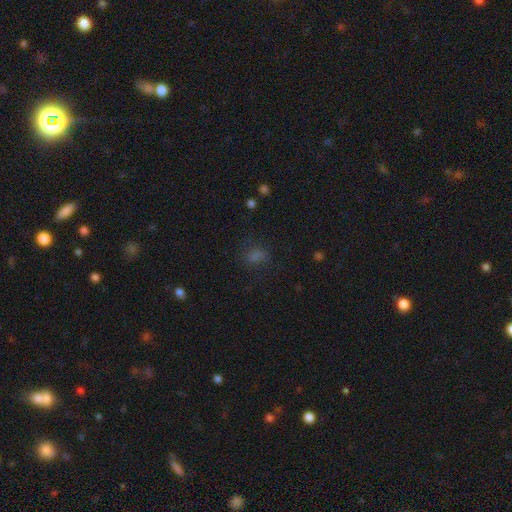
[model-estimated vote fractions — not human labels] Smooth or featured: smooth — 61% (star or artifact — 30%)
How rounded: in between — 55% (round — 42%)
Merging: none — 74% (minor disturbance — 15%)